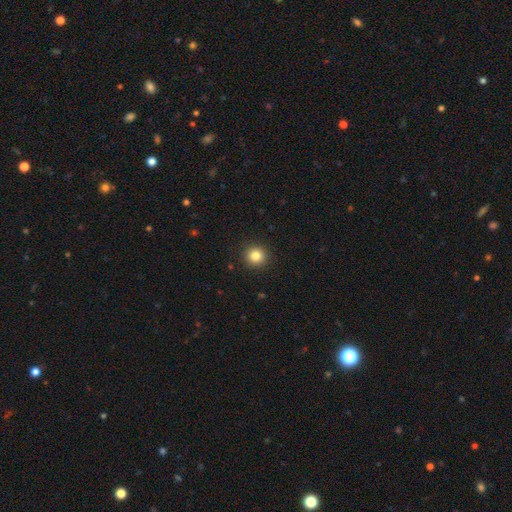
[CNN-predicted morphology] The model was most divided on "smooth or featured": smooth: 84%, star or artifact: 11%, featured or disk: 5%. More confident: how rounded — round (93%); merging — none (92%).